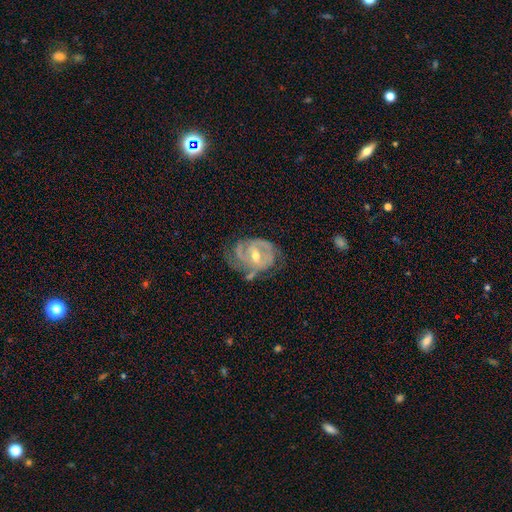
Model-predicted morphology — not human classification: Overall: featured or disk (86%). Edge-on disk: no (97%). Bar: weak (46%; no 28%). Spiral arms: yes (93%). Spiral arm count: 2 (39%; 3 26%). Spiral winding: tight (54%; medium 35%). Bulge size: moderate (63%; small 33%). Merging: none (56%; minor disturbance 25%).